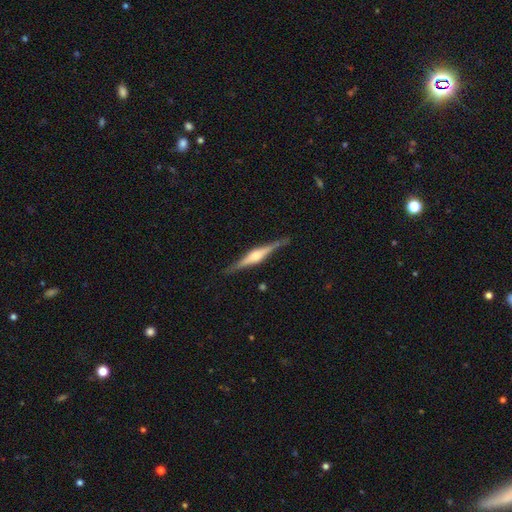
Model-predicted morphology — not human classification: This appears to be a featured or disk galaxy (80%) viewed edge-on (98%) with a rounded central bulge (83%). Merging: none (87%).